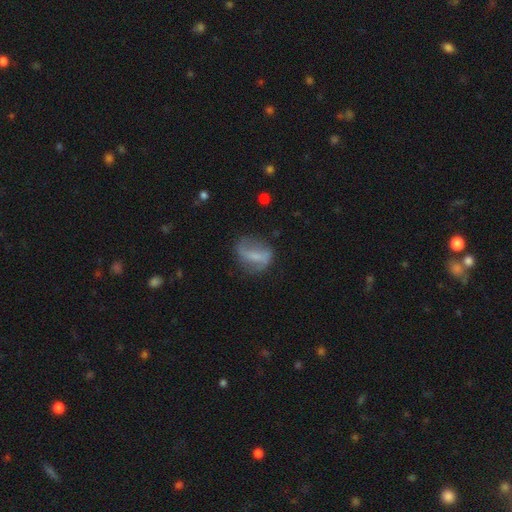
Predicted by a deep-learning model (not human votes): This appears to be a featured or disk galaxy (56%) with a strong bar (42%), spiral arms (66%) and no central bulge (38%). Merging: none (58%).